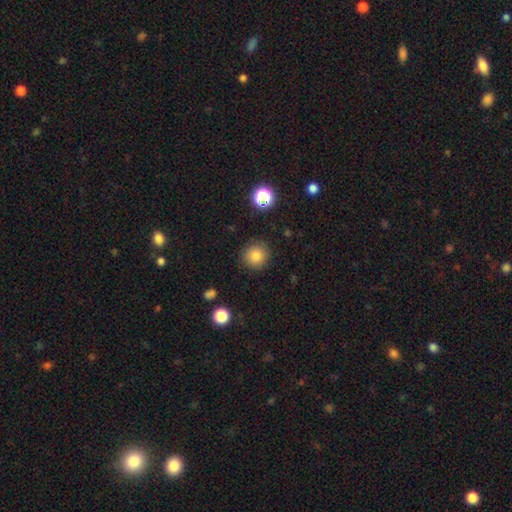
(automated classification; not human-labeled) Smooth or featured?
  - smooth: 83% *
  - star or artifact: 11%
  - featured or disk: 6%
How rounded?
  - round: 93% *
  - in between: 6%
  - cigar-shaped: 1%
Merging?
  - none: 89% *
  - minor disturbance: 7%
  - major disturbance: 3%
  - merger: 1%